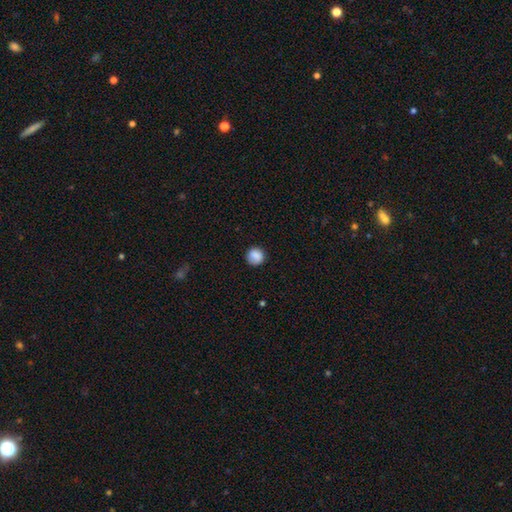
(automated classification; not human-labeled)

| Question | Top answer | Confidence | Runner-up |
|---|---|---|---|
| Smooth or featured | smooth | 87% | star or artifact (9%) |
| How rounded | round | 92% | in between (7%) |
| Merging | none | 85% | minor disturbance (11%) |